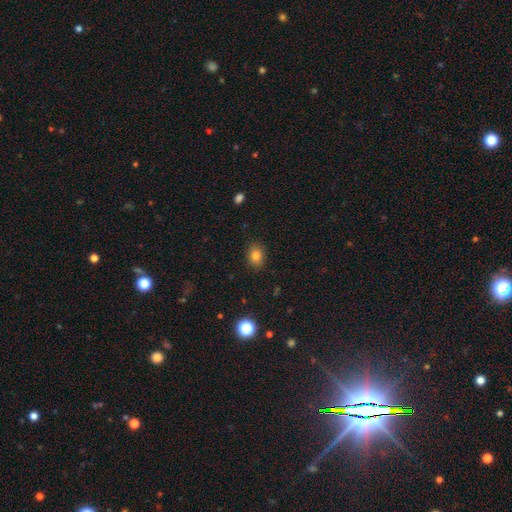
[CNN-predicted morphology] A smooth galaxy with no disk features (82%) that is in between round and cigar-shaped (55%).

Vote fractions:
- Smooth or featured? smooth: 82% / star or artifact: 12% / featured or disk: 6%
- How rounded? in between: 55% / round: 44% / cigar-shaped: 1%
- Merging? none: 88% / minor disturbance: 9% / major disturbance: 2% / merger: 1%